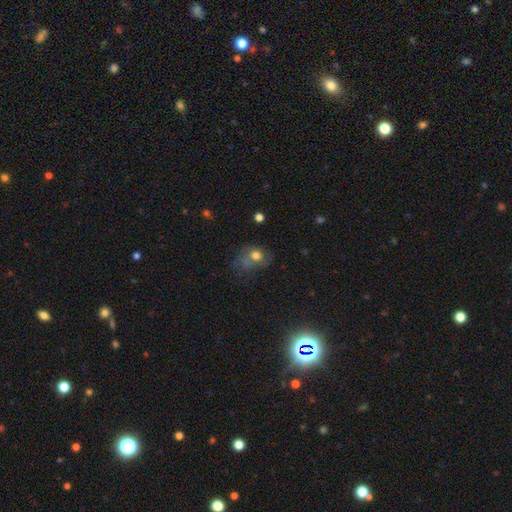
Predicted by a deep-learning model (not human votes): Morphology: type=smooth (68%); roundness=in between (53%); merging=none (36%).